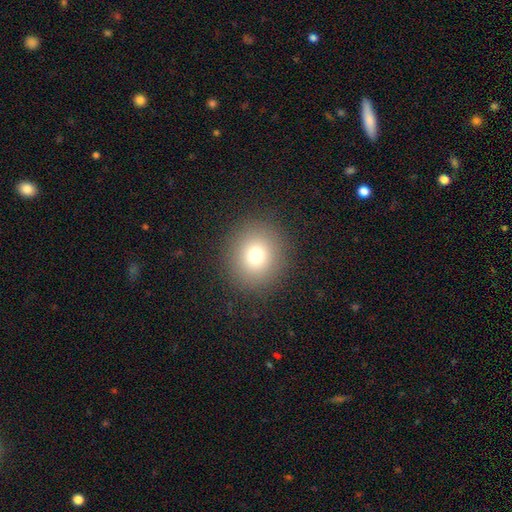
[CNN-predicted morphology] Q: Smooth or featured?
A: smooth (74%); runner-up: star or artifact (16%)
Q: How rounded?
A: round (92%); runner-up: in between (7%)
Q: Merging?
A: none (90%); runner-up: minor disturbance (6%)